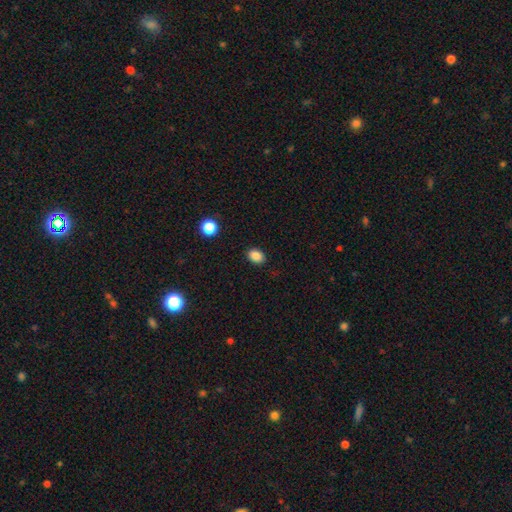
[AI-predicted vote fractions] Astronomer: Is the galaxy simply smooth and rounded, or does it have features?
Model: smooth — 86%.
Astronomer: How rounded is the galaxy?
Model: in between — 70%.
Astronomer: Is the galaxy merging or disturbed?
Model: none — 88%.